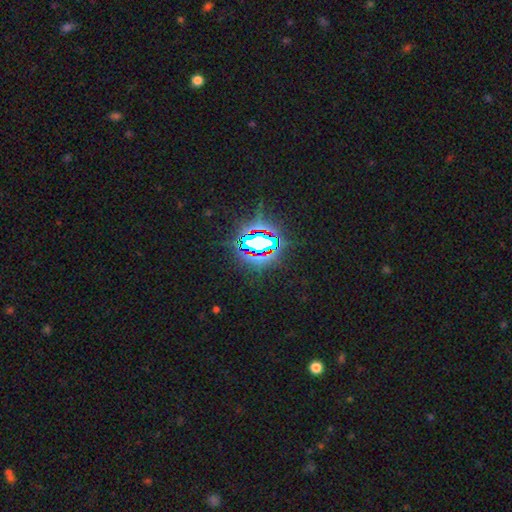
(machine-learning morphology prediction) smooth-or-featured: star or artifact: 83% | smooth: 10% | featured or disk: 7%